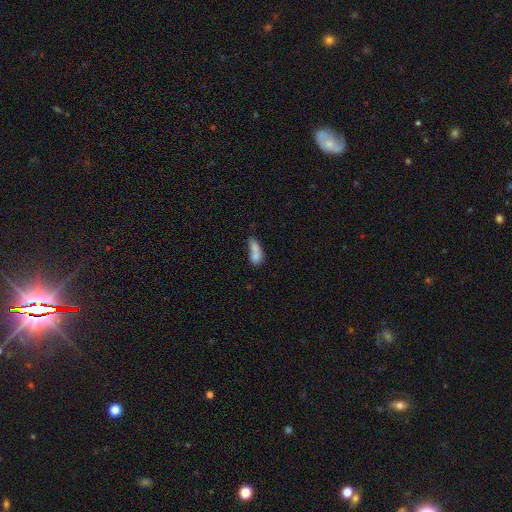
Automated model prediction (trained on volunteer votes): Overall: smooth (72%). How rounded: in between (72%). Merging: merger (53%; none 23%).